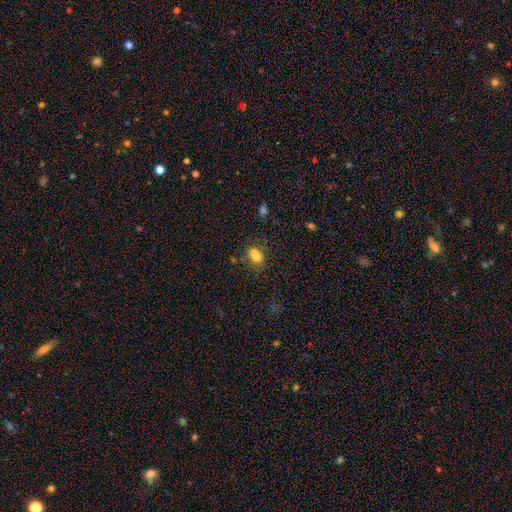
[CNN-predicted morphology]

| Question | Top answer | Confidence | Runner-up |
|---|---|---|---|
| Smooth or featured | smooth | 71% | star or artifact (15%) |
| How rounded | in between | 62% | round (35%) |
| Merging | none | 41% | merger (37%) |